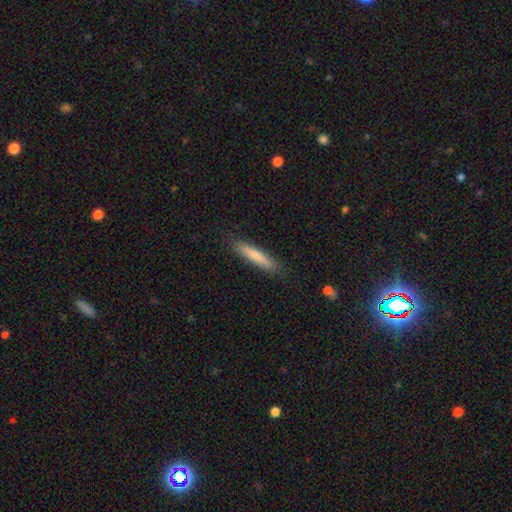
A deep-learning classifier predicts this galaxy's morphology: smooth 79%, featured or disk 15%, star or artifact 6%. Down the decision tree: how rounded — cigar-shaped (91%); merging — none (88%).